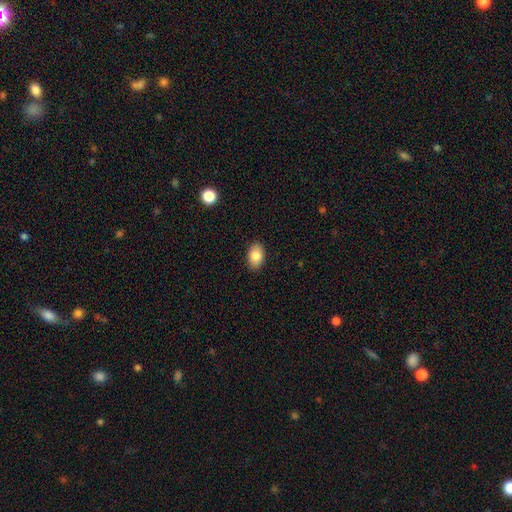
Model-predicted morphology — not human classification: Smooth or featured?
  - smooth: 84% *
  - featured or disk: 9%
  - star or artifact: 8%
How rounded?
  - in between: 90% *
  - round: 9%
  - cigar-shaped: 1%
Merging?
  - none: 89% *
  - minor disturbance: 8%
  - major disturbance: 2%
  - merger: 1%